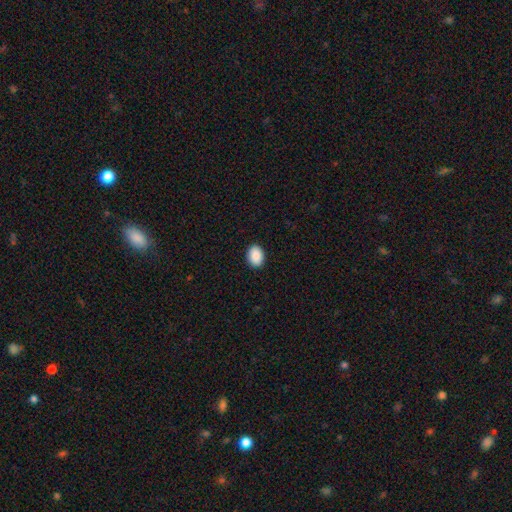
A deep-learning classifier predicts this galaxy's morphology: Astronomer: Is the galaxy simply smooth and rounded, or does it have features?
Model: smooth — 91%.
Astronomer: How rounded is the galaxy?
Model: in between — 77%.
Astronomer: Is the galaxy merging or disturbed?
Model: none — 91%.